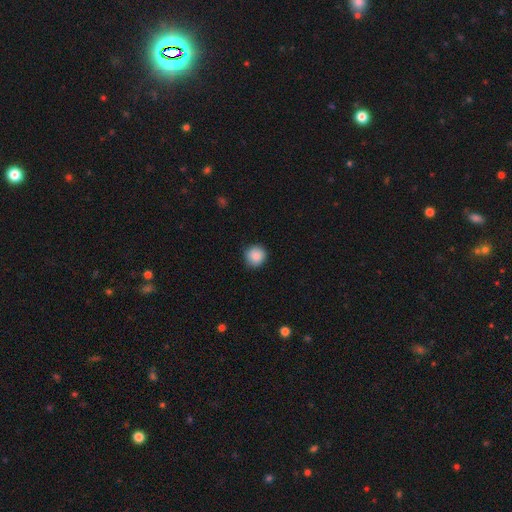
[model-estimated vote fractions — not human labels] Smooth or featured: smooth — 88% (star or artifact — 8%)
How rounded: round — 91% (in between — 8%)
Merging: none — 88% (minor disturbance — 9%)